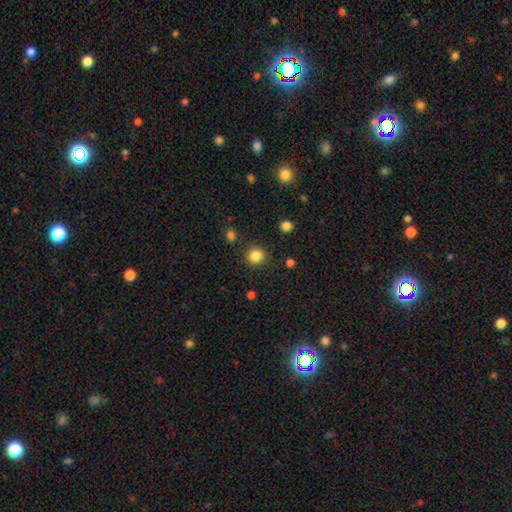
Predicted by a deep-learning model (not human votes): Smooth or featured?
  - smooth: 84% *
  - star or artifact: 12%
  - featured or disk: 4%
How rounded?
  - round: 91% *
  - in between: 8%
  - cigar-shaped: 1%
Merging?
  - none: 89% *
  - minor disturbance: 7%
  - major disturbance: 3%
  - merger: 2%